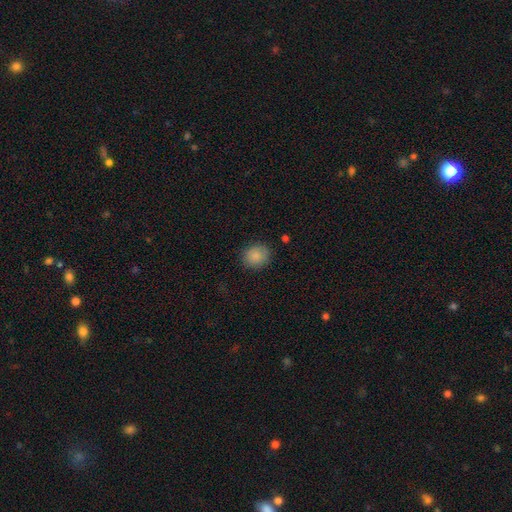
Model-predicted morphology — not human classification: This appears to be a smooth galaxy with no disk features (86%) that is round (73%). Merging: none (86%).